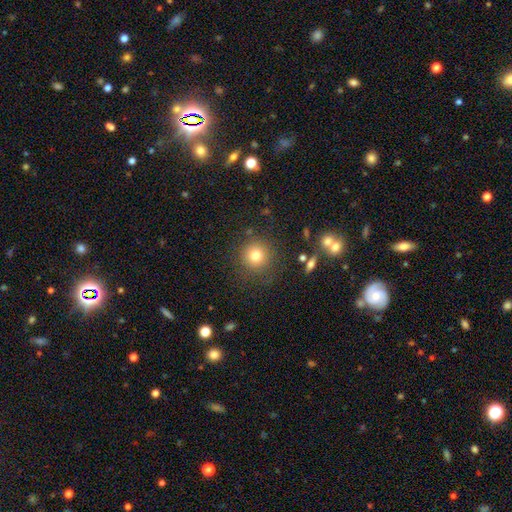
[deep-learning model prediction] This appears to be a smooth galaxy with no disk features (78%) that is round (94%). Merging: none (85%).